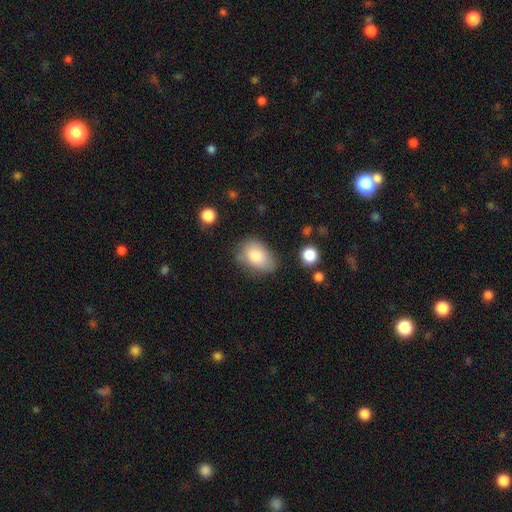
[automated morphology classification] smooth-or-featured: smooth: 80% | featured or disk: 12% | star or artifact: 8%
  how-rounded: in between: 85% | round: 14% | cigar-shaped: 1%
  merging: none: 67% | minor disturbance: 24% | major disturbance: 6% | merger: 4%